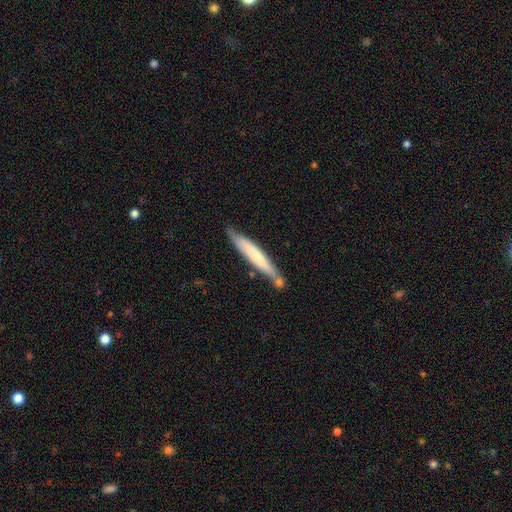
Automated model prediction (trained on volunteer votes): A smooth galaxy with no disk features (56%) that is cigar-shaped (92%). Merging: none (66%).